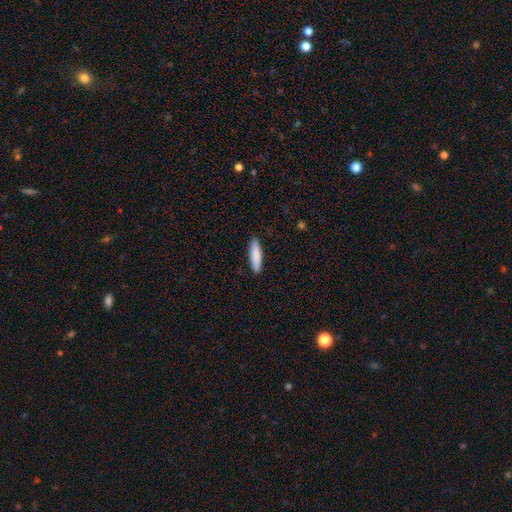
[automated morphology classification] Smooth or featured? Predicted: smooth (p=0.87). How rounded? Predicted: cigar-shaped (p=0.70). Merging? Predicted: none (p=0.90).